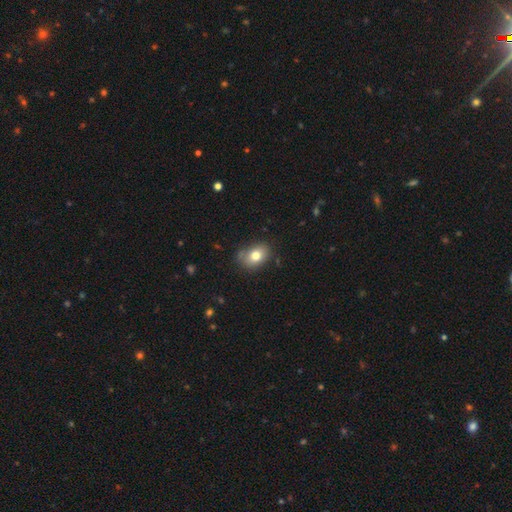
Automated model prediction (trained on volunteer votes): Q: Smooth or featured?
A: smooth (78%); runner-up: featured or disk (12%)
Q: How rounded?
A: in between (73%); runner-up: round (26%)
Q: Merging?
A: none (70%); runner-up: minor disturbance (22%)